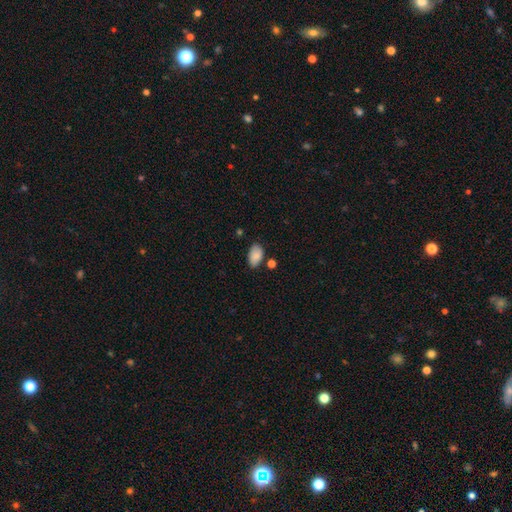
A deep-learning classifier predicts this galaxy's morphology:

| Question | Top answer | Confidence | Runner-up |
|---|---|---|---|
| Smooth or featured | smooth | 85% | featured or disk (8%) |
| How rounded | in between | 93% | round (5%) |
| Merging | none | 72% | minor disturbance (19%) |